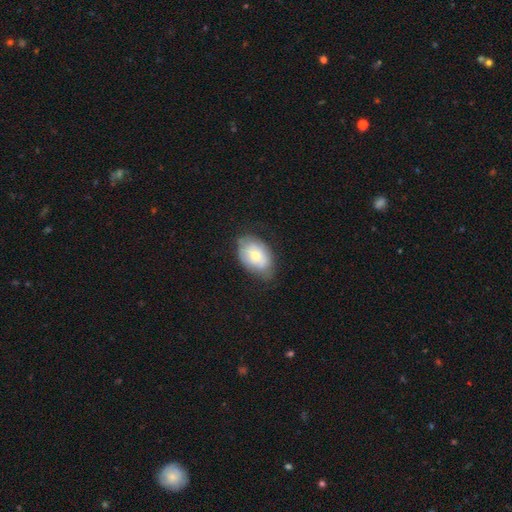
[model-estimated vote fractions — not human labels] smooth_or_featured: smooth (p=0.60) [alt: featured or disk p=0.33]
how_rounded: in between (p=0.83) [alt: round p=0.16]
merging: none (p=0.62) [alt: minor disturbance p=0.28]